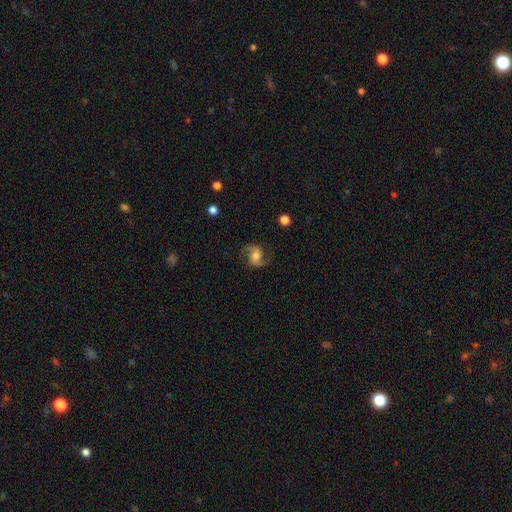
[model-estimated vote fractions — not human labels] This appears to be a featured or disk galaxy (82%) with no bar (53%), 2 (93%) medium (49%) spiral arms (97%) and a moderate central bulge (60%). Merging: none (81%).